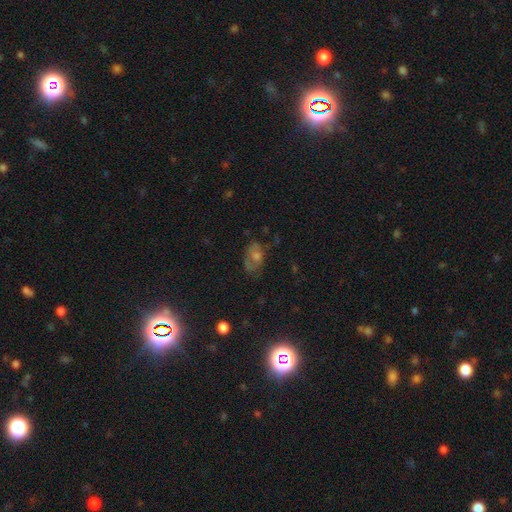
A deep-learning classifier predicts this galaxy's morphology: smooth_or_featured: featured or disk (p=0.41) [alt: smooth p=0.32]
merging: none (p=0.60) [alt: minor disturbance p=0.24]